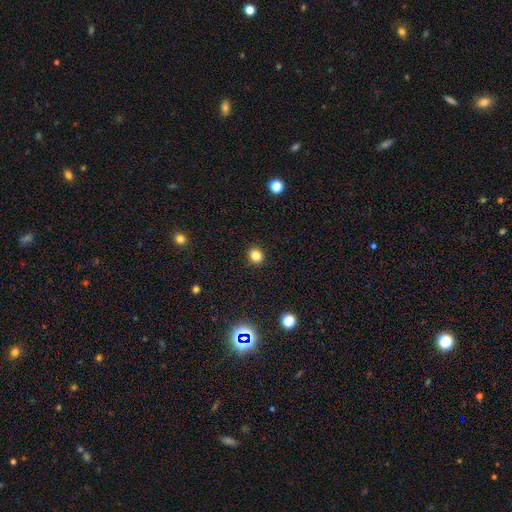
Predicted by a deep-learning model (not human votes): smooth_or_featured: smooth (p=0.82) [alt: star or artifact p=0.13]
how_rounded: round (p=0.78) [alt: in between p=0.21]
merging: none (p=0.92) [alt: minor disturbance p=0.06]